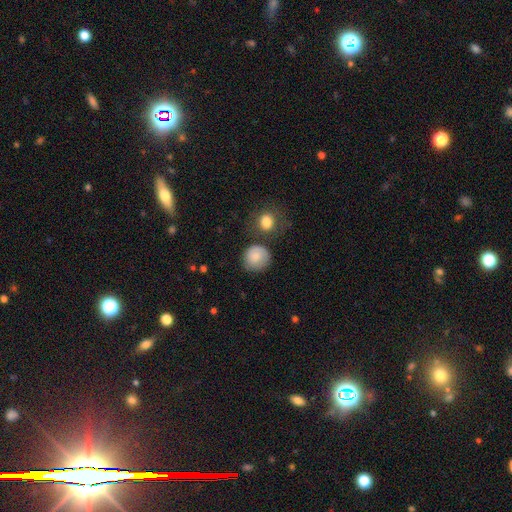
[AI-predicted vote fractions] Smooth or featured: smooth — 84% (featured or disk — 9%)
How rounded: round — 89% (in between — 10%)
Merging: none — 66% (minor disturbance — 19%)